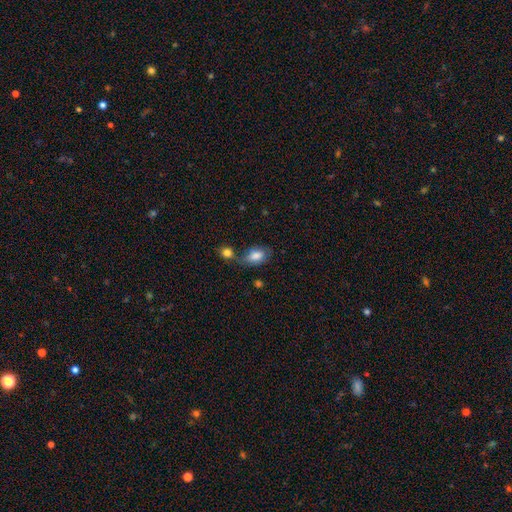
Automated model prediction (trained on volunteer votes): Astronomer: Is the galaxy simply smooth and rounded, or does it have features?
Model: smooth — 81%.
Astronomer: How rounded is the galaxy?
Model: in between — 87%.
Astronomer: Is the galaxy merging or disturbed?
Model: none — 48% (runner-up: merger, 24%).